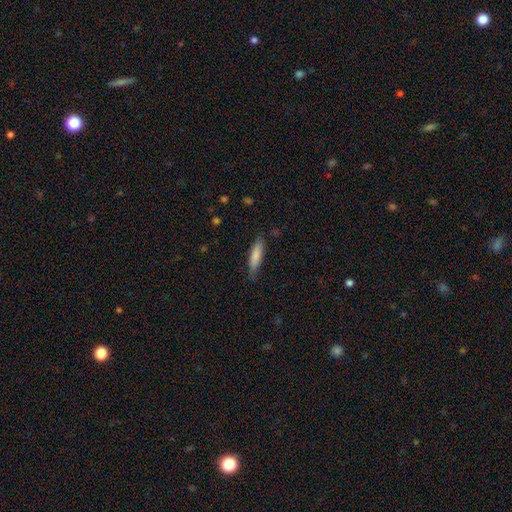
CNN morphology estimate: Q: Smooth or featured?
A: smooth (81%); runner-up: featured or disk (14%)
Q: How rounded?
A: cigar-shaped (67%); runner-up: in between (32%)
Q: Merging?
A: none (78%); runner-up: minor disturbance (17%)